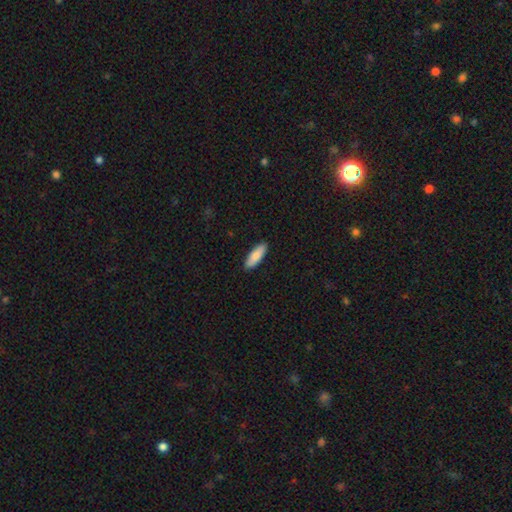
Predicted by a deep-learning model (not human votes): smooth 85%, featured or disk 10%, star or artifact 5%. Down the decision tree: how rounded — in between (58%); merging — none (90%).